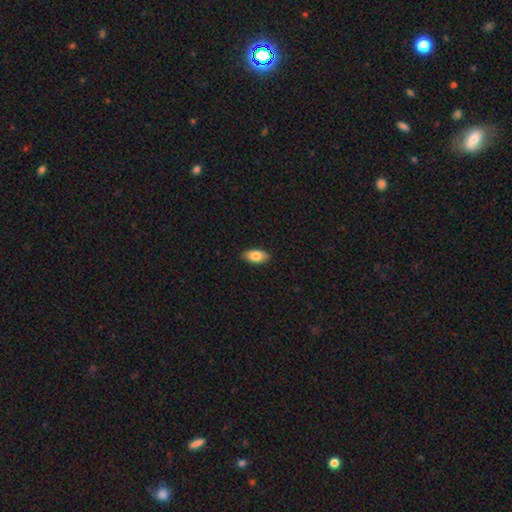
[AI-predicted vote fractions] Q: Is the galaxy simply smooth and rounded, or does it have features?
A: smooth — 84%.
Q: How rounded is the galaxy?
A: in between — 92%.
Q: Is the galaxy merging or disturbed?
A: none — 89%.